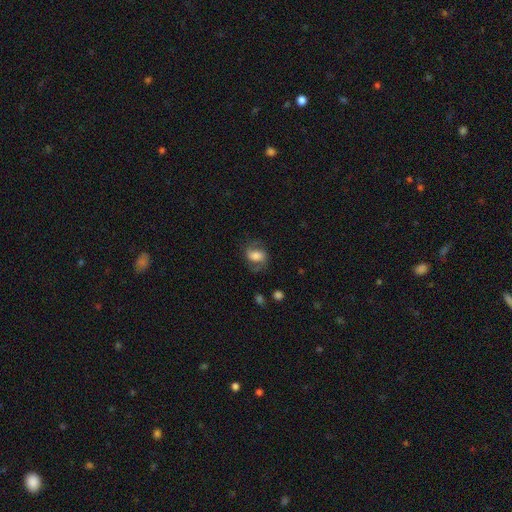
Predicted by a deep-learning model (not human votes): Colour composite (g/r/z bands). It shows a smooth galaxy with no disk features (49%). Merging: none (63%).